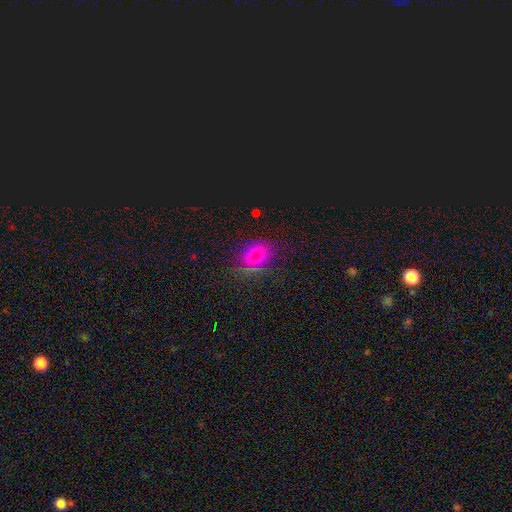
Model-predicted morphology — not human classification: smooth 71%, star or artifact 17%, featured or disk 11%. Down the decision tree: how rounded — in between (55%); merging — none (79%).